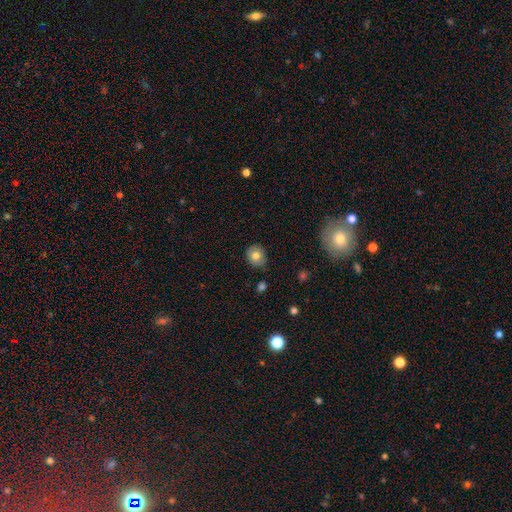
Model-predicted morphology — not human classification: The model was most divided on "how rounded": round: 76%, in between: 23%, cigar-shaped: 1%. More confident: merging — none (81%); smooth or featured — smooth (77%).